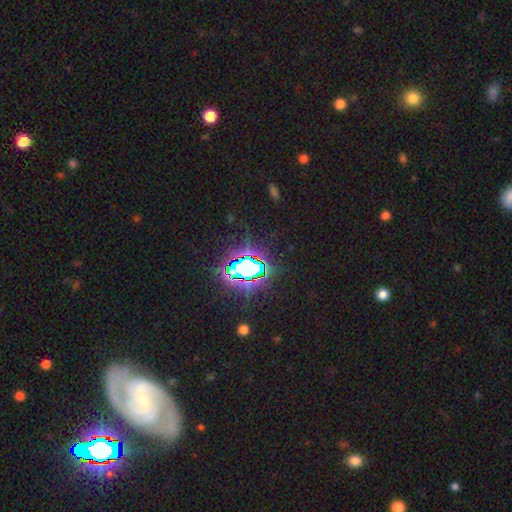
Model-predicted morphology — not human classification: The model was most divided on "smooth or featured": star or artifact: 78%, smooth: 13%, featured or disk: 9%.